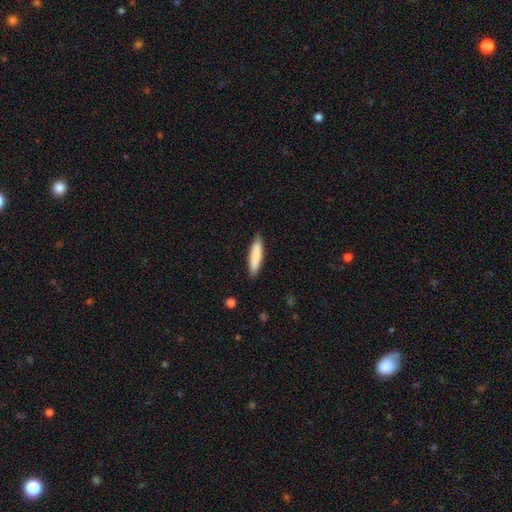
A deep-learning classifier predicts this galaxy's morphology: smooth 83%, featured or disk 11%, star or artifact 6%. Down the decision tree: how rounded — cigar-shaped (78%); merging — none (87%).